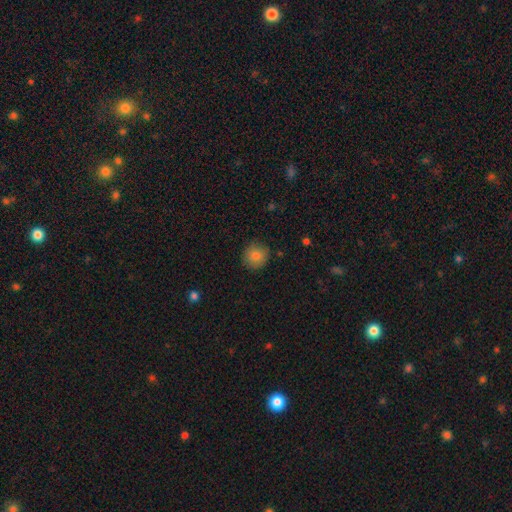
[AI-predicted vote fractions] Q: Smooth or featured?
A: smooth (84%); runner-up: star or artifact (9%)
Q: How rounded?
A: round (92%); runner-up: in between (7%)
Q: Merging?
A: none (85%); runner-up: minor disturbance (11%)